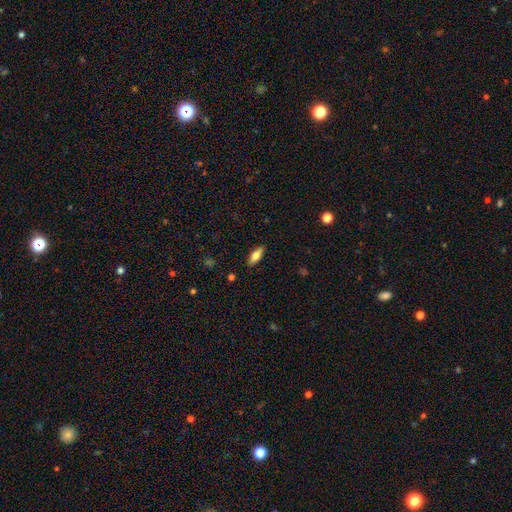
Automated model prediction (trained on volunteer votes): Overall: smooth (73%). How rounded: in between (73%). Merging: none (87%).